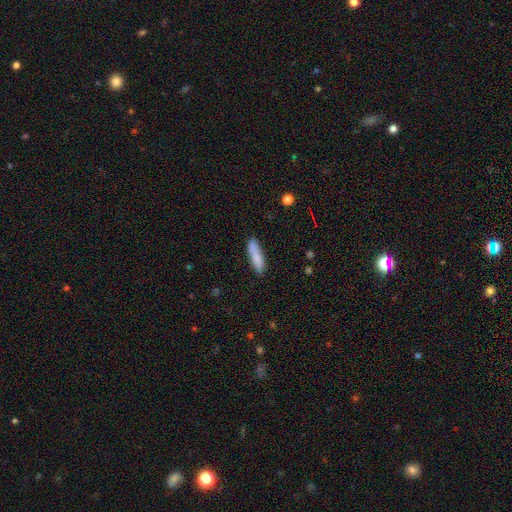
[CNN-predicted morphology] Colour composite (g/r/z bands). It shows a smooth galaxy with no disk features (84%) that is cigar-shaped (72%). Merging: none (82%).